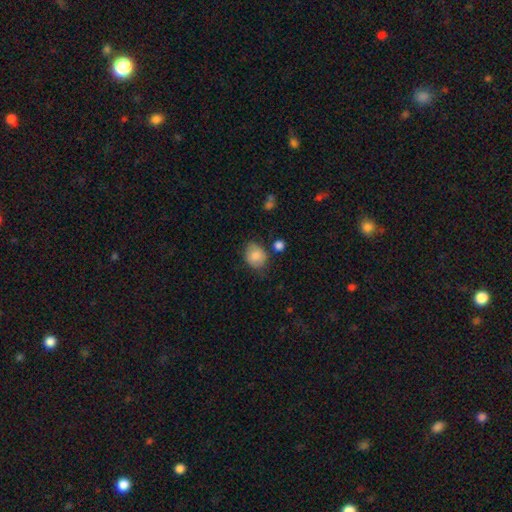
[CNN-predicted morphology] smooth_or_featured: smooth (p=0.82) [alt: featured or disk p=0.10]
how_rounded: round (p=0.51) [alt: in between p=0.48]
merging: none (p=0.66) [alt: minor disturbance p=0.22]